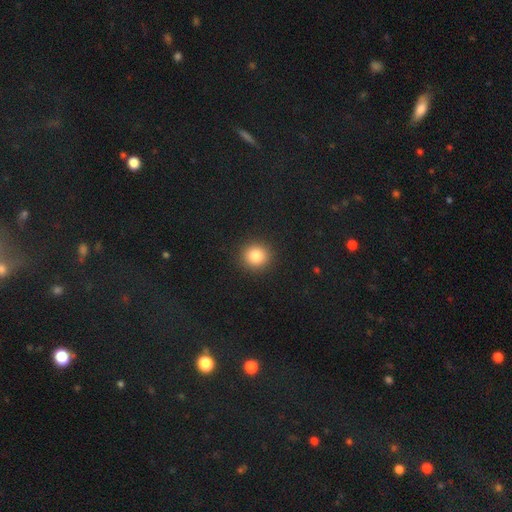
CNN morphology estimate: type=smooth (83%); roundness=round (90%); merging=none (92%).